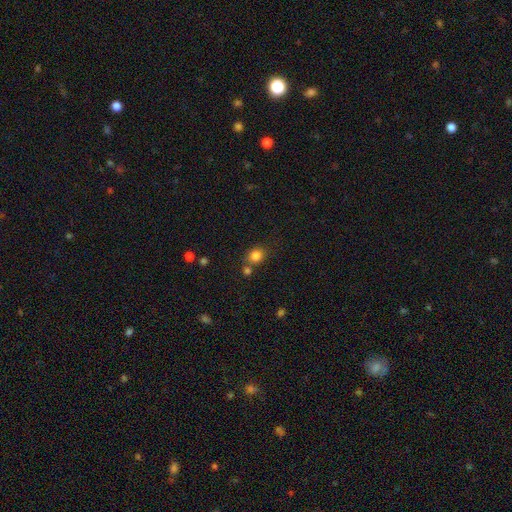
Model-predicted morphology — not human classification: This is clearly a smooth galaxy (83%). How rounded: likely round (70%). Merging: likely none (67%).